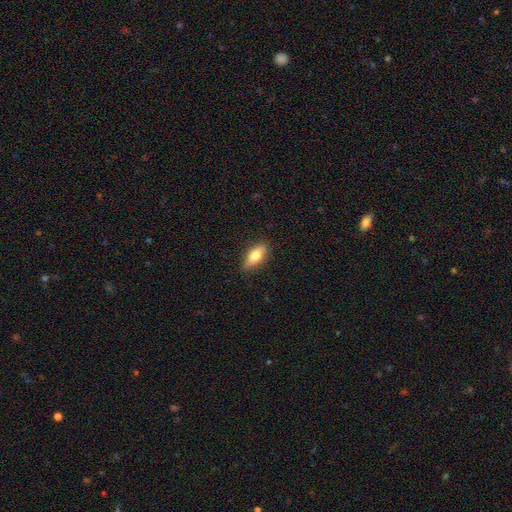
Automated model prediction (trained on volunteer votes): smooth-or-featured: smooth: 68% | featured or disk: 25% | star or artifact: 7%
  how-rounded: in between: 74% | cigar-shaped: 23% | round: 4%
  merging: none: 84% | minor disturbance: 12% | major disturbance: 2% | merger: 1%